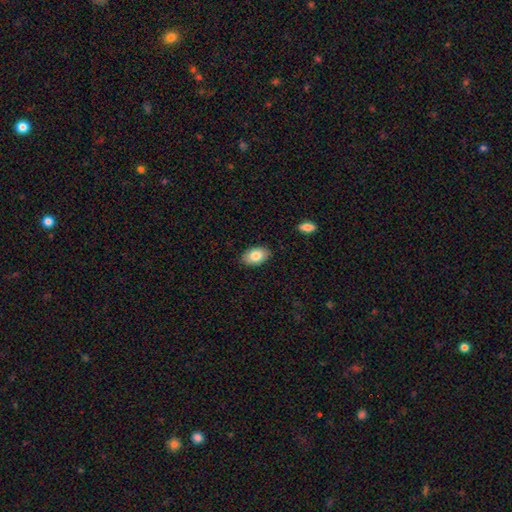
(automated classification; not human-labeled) smooth_or_featured: smooth (p=0.83) [alt: featured or disk p=0.11]
how_rounded: in between (p=0.92) [alt: round p=0.07]
merging: none (p=0.87) [alt: minor disturbance p=0.10]